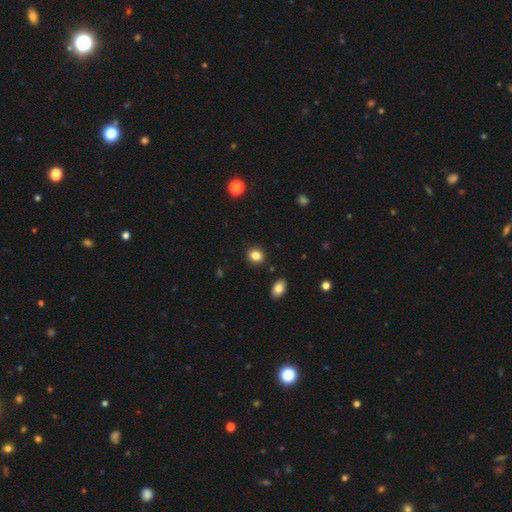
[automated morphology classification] The model was most divided on "how rounded": round: 75%, in between: 24%, cigar-shaped: 1%. More confident: merging — none (89%); smooth or featured — smooth (84%).